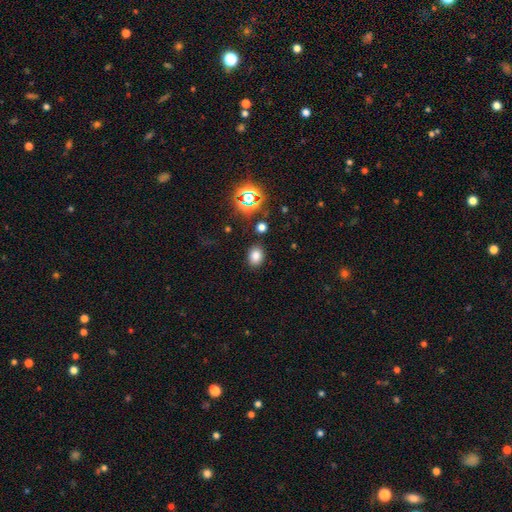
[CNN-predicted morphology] Smooth or featured: smooth — 76% (star or artifact — 17%)
How rounded: in between — 65% (round — 33%)
Merging: none — 84% (minor disturbance — 9%)